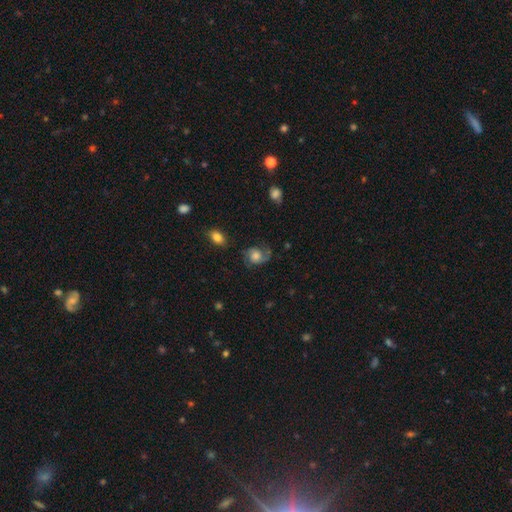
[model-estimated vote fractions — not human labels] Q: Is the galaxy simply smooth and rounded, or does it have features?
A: featured or disk — 61%.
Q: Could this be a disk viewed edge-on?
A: no — 97%.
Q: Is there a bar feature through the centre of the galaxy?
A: no — 72%.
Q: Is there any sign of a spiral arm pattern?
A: yes — 91%.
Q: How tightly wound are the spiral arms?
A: medium — 46%.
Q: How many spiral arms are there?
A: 2 — 75%.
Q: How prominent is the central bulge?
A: large — 40%.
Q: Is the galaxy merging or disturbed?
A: none — 58%.